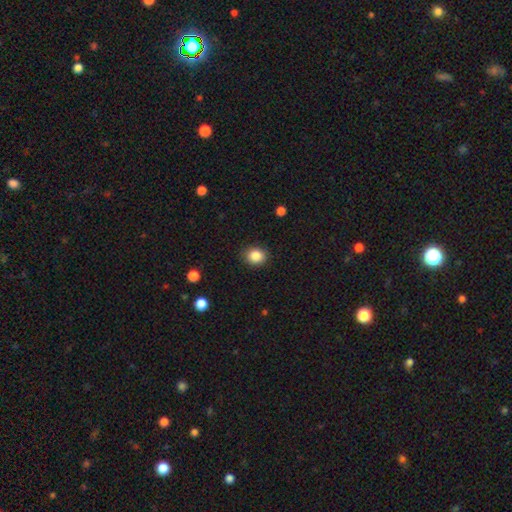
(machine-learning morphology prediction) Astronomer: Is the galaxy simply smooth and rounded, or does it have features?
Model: smooth — 86%.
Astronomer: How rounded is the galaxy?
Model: round — 69%.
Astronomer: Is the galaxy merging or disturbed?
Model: none — 88%.